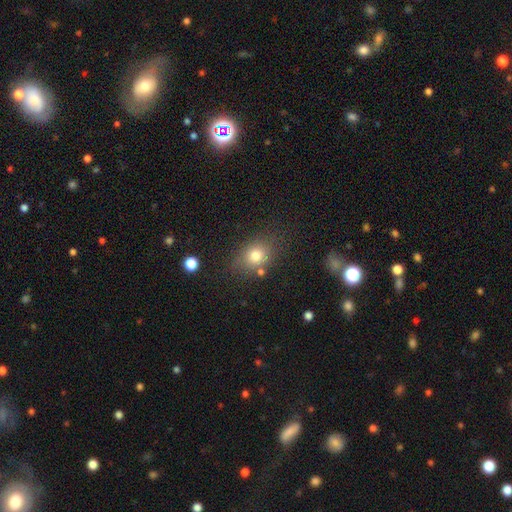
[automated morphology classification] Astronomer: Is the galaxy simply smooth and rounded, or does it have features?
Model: smooth — 77%.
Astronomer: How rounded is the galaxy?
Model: in between — 51% (runner-up: round, 47%).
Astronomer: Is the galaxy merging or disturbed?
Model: none — 72%.